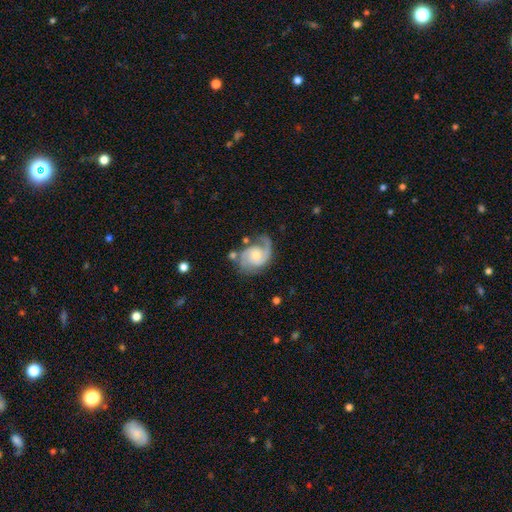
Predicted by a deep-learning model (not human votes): Smooth or featured: featured or disk — 86% (smooth — 9%)
Edge-on disk: no — 98% (yes — 2%)
Bar: no — 65% (weak — 30%)
Spiral arms: yes — 97% (no — 3%)
Spiral winding: medium — 52% (tight — 30%)
Spiral arm count: 2 — 81% (1 — 9%)
Bulge size: small — 46% (moderate — 45%)
Merging: none — 61% (minor disturbance — 21%)